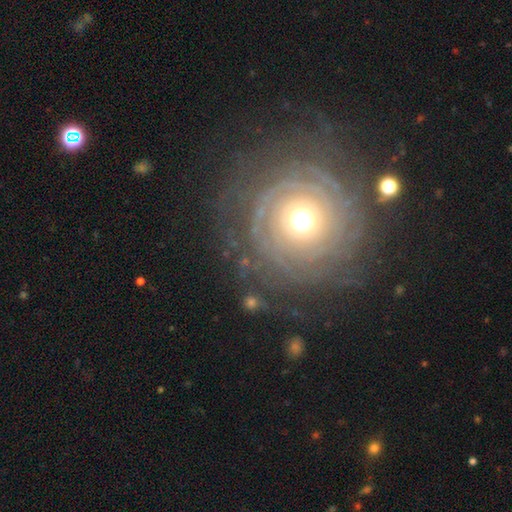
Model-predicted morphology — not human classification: Smooth or featured? Predicted: featured or disk (p=0.75). Edge-on disk? Predicted: no (p=0.97). Bar? Predicted: no (p=0.82). Spiral arms? Predicted: yes (p=0.85). Spiral winding? Predicted: tight (p=0.86). Spiral arm count? Predicted: can't tell (p=0.41). Bulge size? Predicted: moderate (p=0.65). Merging? Predicted: none (p=0.80).